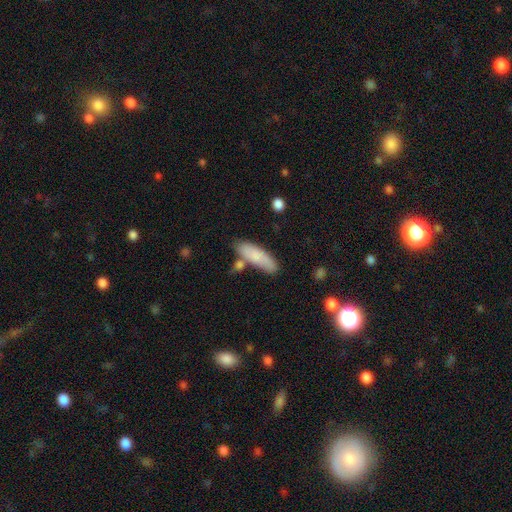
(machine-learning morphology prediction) Smooth or featured: smooth — 78% (featured or disk — 16%)
How rounded: cigar-shaped — 51% (in between — 47%)
Merging: none — 66% (minor disturbance — 18%)